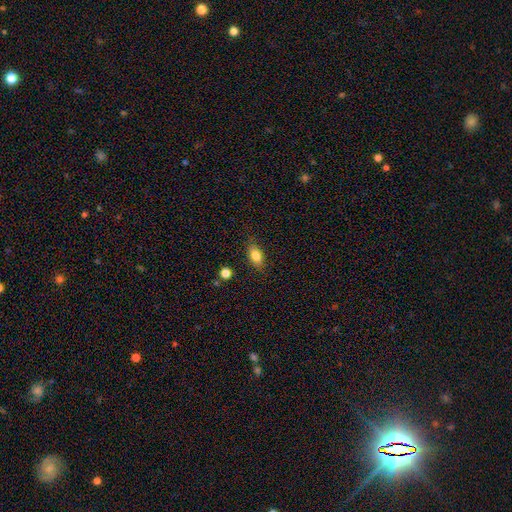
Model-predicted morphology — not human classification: A smooth galaxy with no disk features (82%) that is in between round and cigar-shaped (85%). Merging: none (83%).